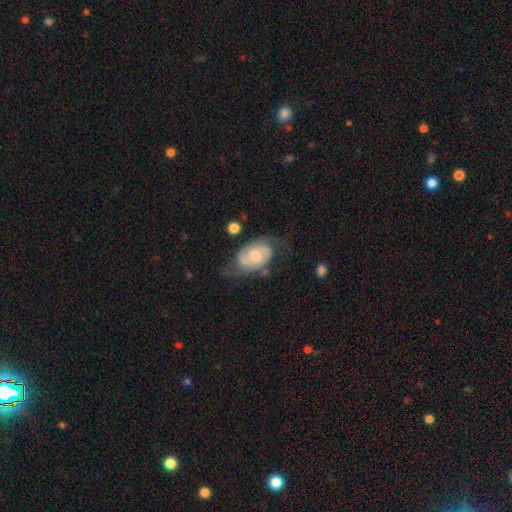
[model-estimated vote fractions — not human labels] A featured or disk galaxy (70%) with no bar (59%), 2 (78%) medium (44%) spiral arms (89%) and a moderate central bulge (56%).

Vote fractions:
- Smooth or featured? featured or disk: 70% / smooth: 24% / star or artifact: 6%
- Edge-on disk? no: 96% / yes: 4%
- Bar? no: 59% / weak: 36% / strong: 6%
- Spiral arms? yes: 89% / no: 11%
- Spiral winding? medium: 44% / tight: 38% / loose: 18%
- Spiral arm count? 2: 78% / can't tell: 13% / 1: 4% / 3: 3% / 4: 1% / more than 4: 1%
- Bulge size? moderate: 56% / small: 34% / large: 5% / none: 4% / dominant: 1%
- Merging? none: 55% / minor disturbance: 27% / major disturbance: 15% / merger: 4%